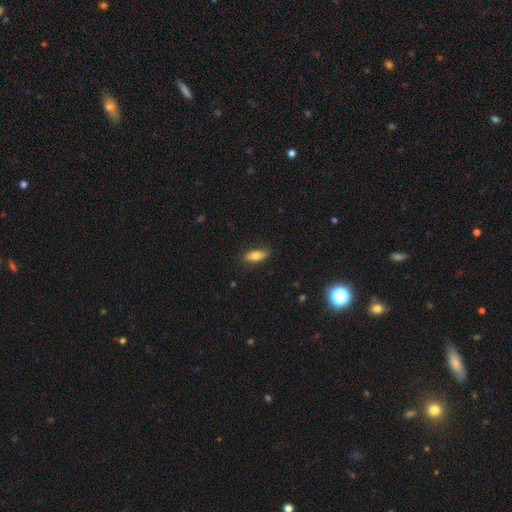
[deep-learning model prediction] A smooth galaxy with no disk features (75%) that is in between round and cigar-shaped (71%).

Vote fractions:
- Smooth or featured? smooth: 75% / featured or disk: 18% / star or artifact: 7%
- How rounded? in between: 71% / cigar-shaped: 26% / round: 3%
- Merging? none: 85% / minor disturbance: 12% / major disturbance: 2% / merger: 1%